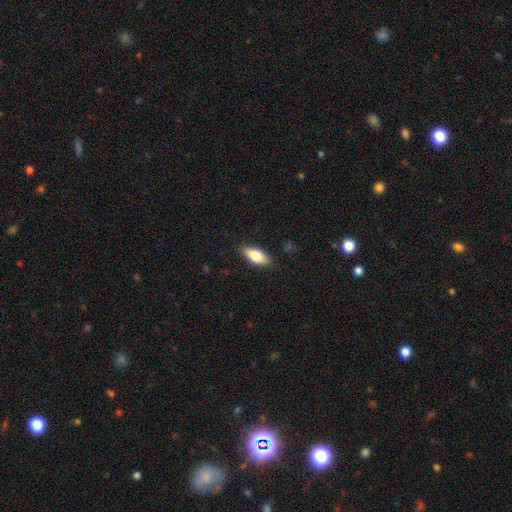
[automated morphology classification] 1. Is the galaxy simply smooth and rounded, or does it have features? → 78% smooth, 16% featured or disk, 7% star or artifact.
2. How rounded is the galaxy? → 84% in between, 13% cigar-shaped, 3% round.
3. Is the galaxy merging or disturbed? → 86% none, 11% minor disturbance, 2% major disturbance, 1% merger.